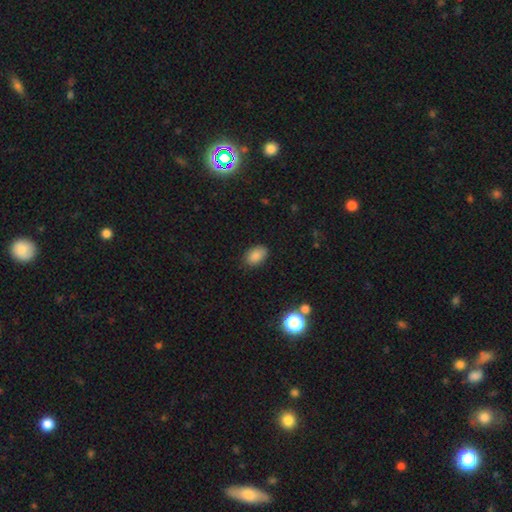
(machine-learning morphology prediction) A smooth galaxy with no disk features (86%) that is in between round and cigar-shaped (88%). Merging: none (84%).